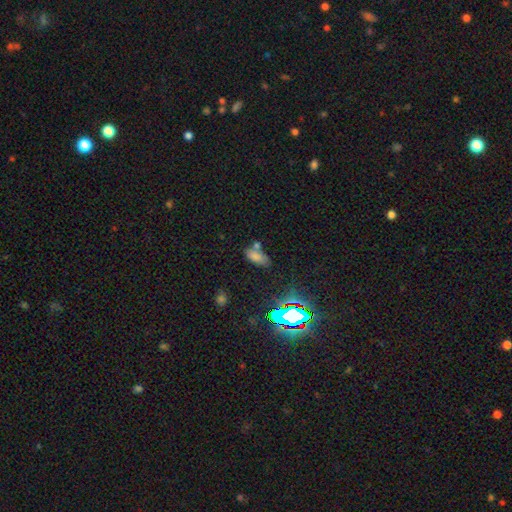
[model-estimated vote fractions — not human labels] smooth 71%, star or artifact 19%, featured or disk 10%. Down the decision tree: how rounded — in between (86%); merging — none (52%).